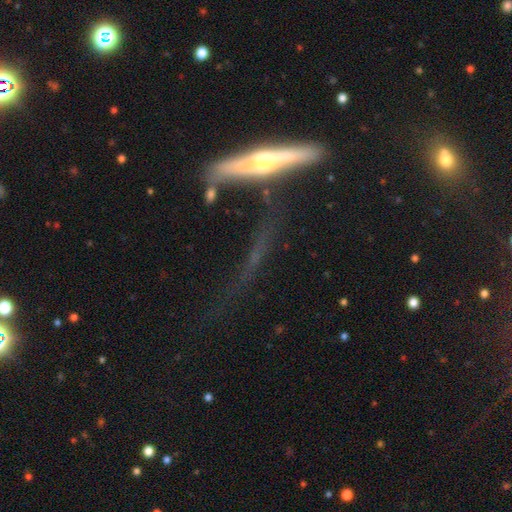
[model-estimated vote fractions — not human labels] Smooth or featured? Predicted: featured or disk (p=0.64). Edge-on disk? Predicted: yes (p=0.82). Edge-on bulge? Predicted: rounded (p=0.80). Merging? Predicted: none (p=0.43).